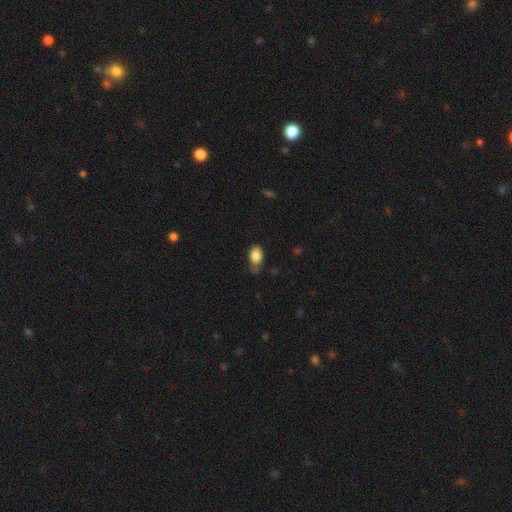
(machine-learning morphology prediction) Smooth or featured? Predicted: smooth (p=0.85). How rounded? Predicted: in between (p=0.88). Merging? Predicted: none (p=0.54).